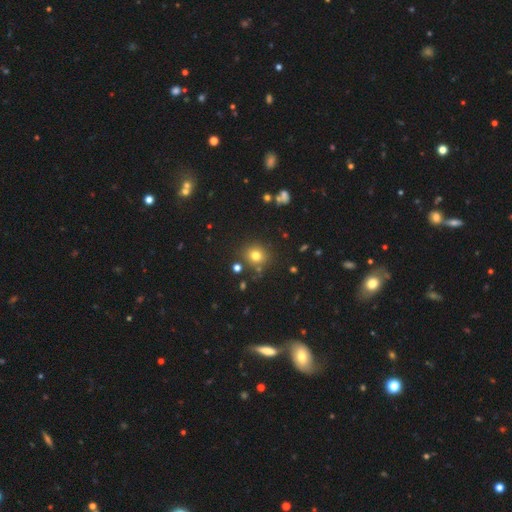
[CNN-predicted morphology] Smooth or featured?
  - smooth: 75% *
  - star or artifact: 17%
  - featured or disk: 8%
How rounded?
  - round: 85% *
  - in between: 14%
  - cigar-shaped: 1%
Merging?
  - none: 82% *
  - minor disturbance: 9%
  - merger: 5%
  - major disturbance: 3%